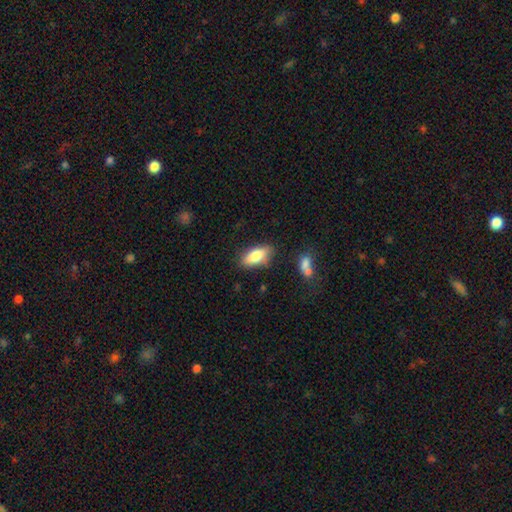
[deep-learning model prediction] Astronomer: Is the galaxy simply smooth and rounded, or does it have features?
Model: smooth — 79%.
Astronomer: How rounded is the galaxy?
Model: in between — 81%.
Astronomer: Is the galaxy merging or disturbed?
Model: none — 76%.